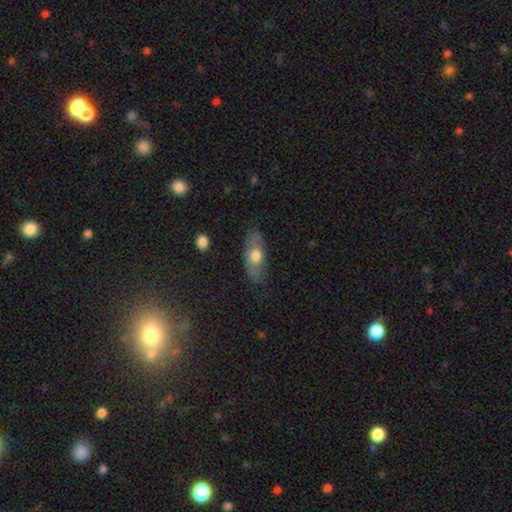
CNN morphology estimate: Q: Smooth or featured?
A: smooth (57%); runner-up: featured or disk (36%)
Q: How rounded?
A: in between (78%); runner-up: cigar-shaped (17%)
Q: Merging?
A: none (72%); runner-up: minor disturbance (20%)